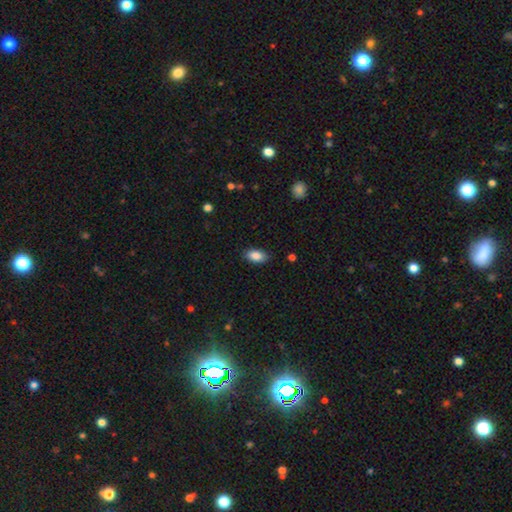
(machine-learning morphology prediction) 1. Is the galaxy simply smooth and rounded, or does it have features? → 88% smooth, 7% star or artifact, 5% featured or disk.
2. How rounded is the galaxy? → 92% in between, 4% round, 4% cigar-shaped.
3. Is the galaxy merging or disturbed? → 86% none, 11% minor disturbance, 2% major disturbance, 1% merger.